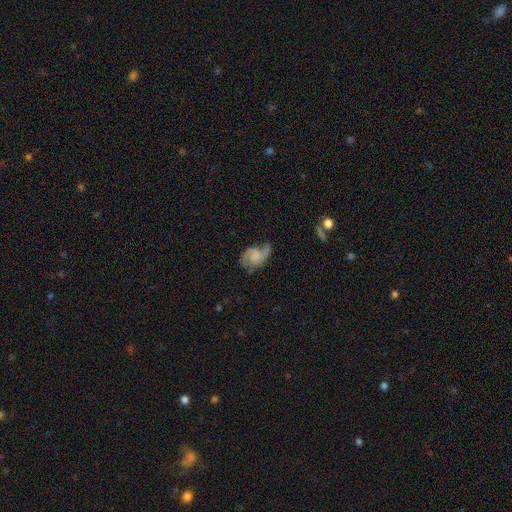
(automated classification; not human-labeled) Smooth or featured?
  - featured or disk: 71% *
  - smooth: 22%
  - star or artifact: 8%
Edge-on disk?
  - no: 97% *
  - yes: 3%
Bar?
  - no: 66% *
  - weak: 28%
  - strong: 6%
Spiral arms?
  - yes: 93% *
  - no: 7%
Spiral winding?
  - loose: 41% * (tied)
  - medium: 41% * (tied)
  - tight: 17%
Spiral arm count?
  - 2: 82% *
  - 1: 10%
  - can't tell: 5%
  - 3: 2%
  - 4: 1%
  - more than 4: 1%
Bulge size?
  - none: 55% *
  - small: 20%
  - moderate: 13%
  - large: 9%
  - dominant: 3%
Merging?
  - none: 50% *
  - minor disturbance: 27%
  - major disturbance: 19%
  - merger: 4%